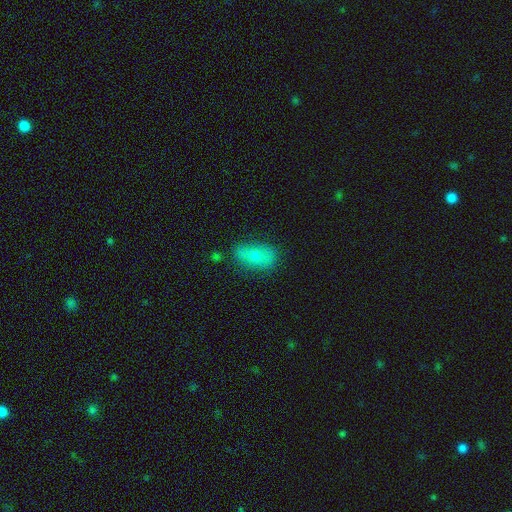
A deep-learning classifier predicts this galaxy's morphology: type=smooth (68%); roundness=in between (86%); merging=none (73%).